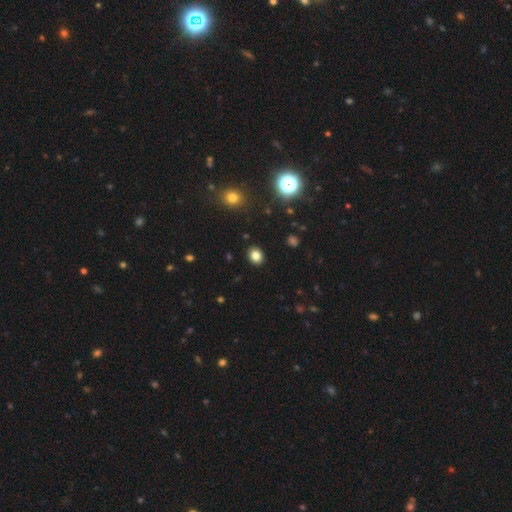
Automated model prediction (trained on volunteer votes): Smooth or featured? smooth (81%)
How rounded? round (59%)
Merging? none (91%)